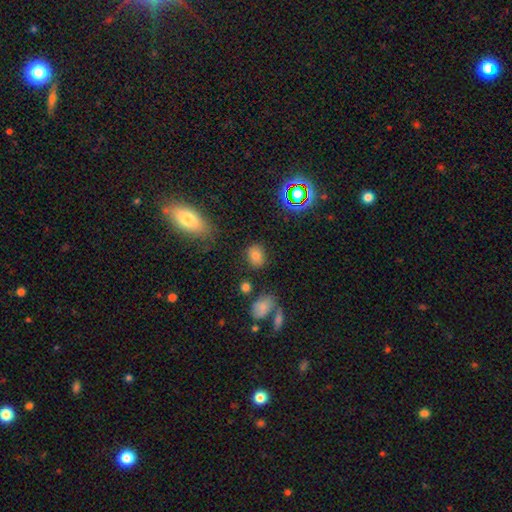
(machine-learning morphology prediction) type=smooth (79%); roundness=in between (55%); merging=none (79%).